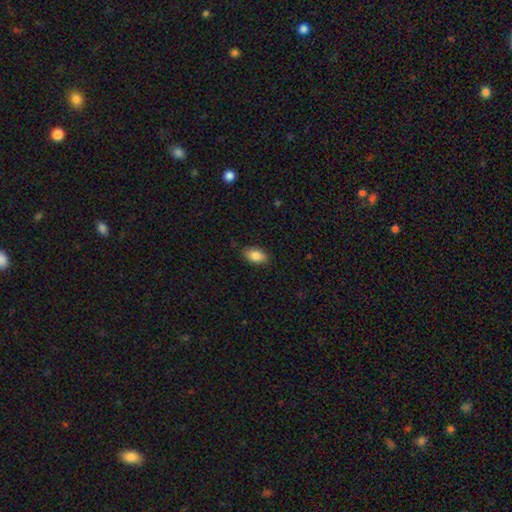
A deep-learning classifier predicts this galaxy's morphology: Overall: smooth (85%). How rounded: in between (91%). Merging: none (84%).